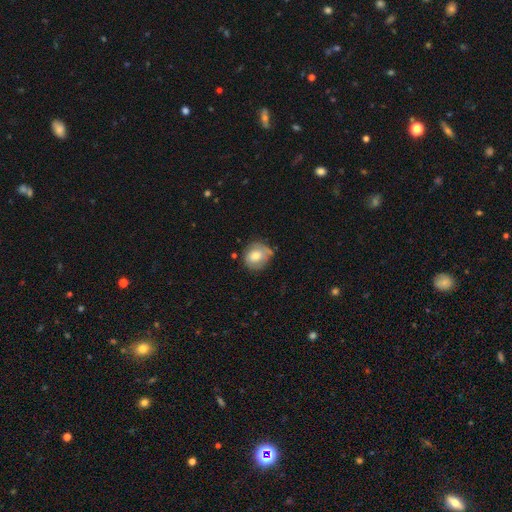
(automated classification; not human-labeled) A smooth galaxy with no disk features (62%) that is round (77%). Merging: none (61%).